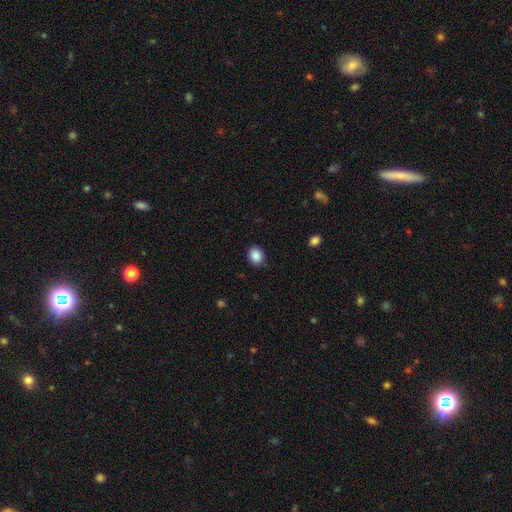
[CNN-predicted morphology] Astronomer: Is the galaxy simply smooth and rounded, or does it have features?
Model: smooth — 87%.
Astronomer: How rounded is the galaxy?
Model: round — 61% (runner-up: in between, 38%).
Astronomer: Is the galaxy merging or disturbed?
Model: none — 89%.